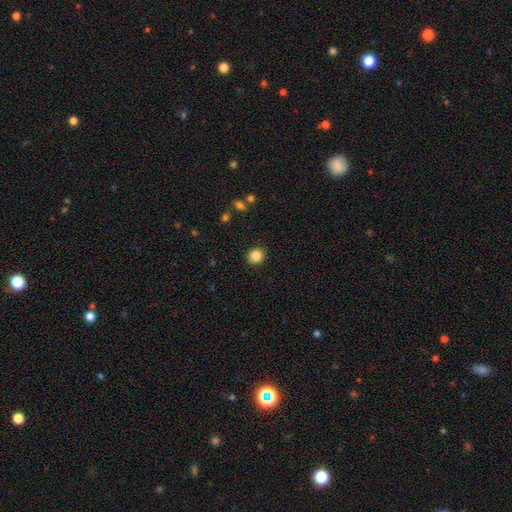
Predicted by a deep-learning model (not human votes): Q: Smooth or featured?
A: smooth (85%); runner-up: star or artifact (10%)
Q: How rounded?
A: round (86%); runner-up: in between (13%)
Q: Merging?
A: none (91%); runner-up: minor disturbance (6%)